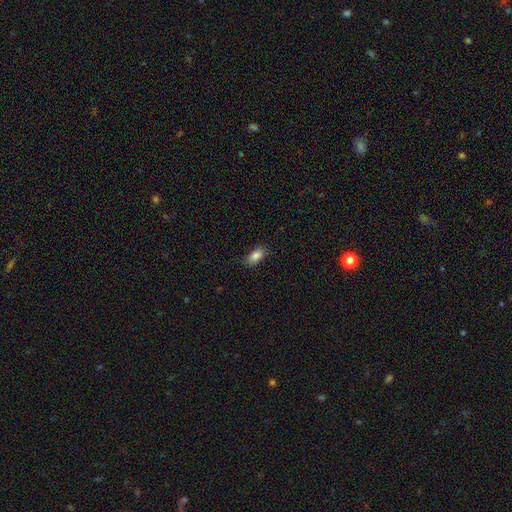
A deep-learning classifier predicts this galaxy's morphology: smooth-or-featured: smooth: 86% | star or artifact: 8% | featured or disk: 6%
  how-rounded: in between: 89% | cigar-shaped: 7% | round: 4%
  merging: none: 84% | minor disturbance: 13% | major disturbance: 3% | merger: 1%